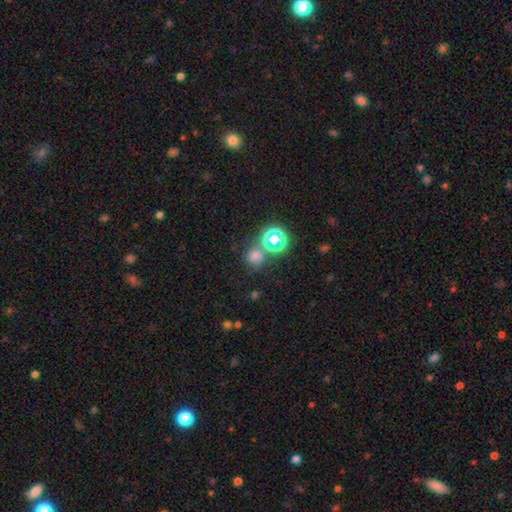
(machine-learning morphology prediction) This is possibly a smooth galaxy (56%). How rounded: clearly round (81%). Merging: likely none (63%).